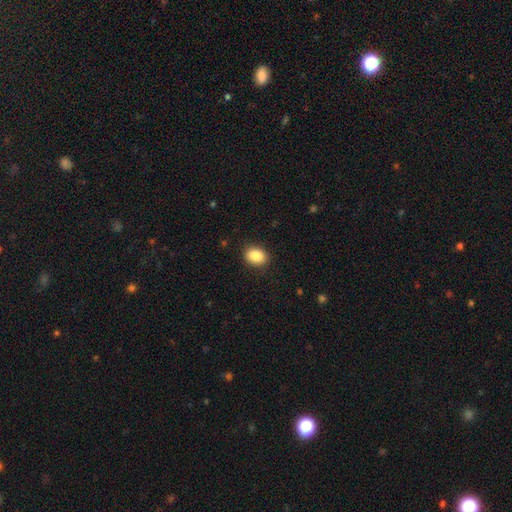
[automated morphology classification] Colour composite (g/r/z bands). It shows a smooth galaxy with no disk features (88%) that is in between round and cigar-shaped (70%). Merging: none (88%).